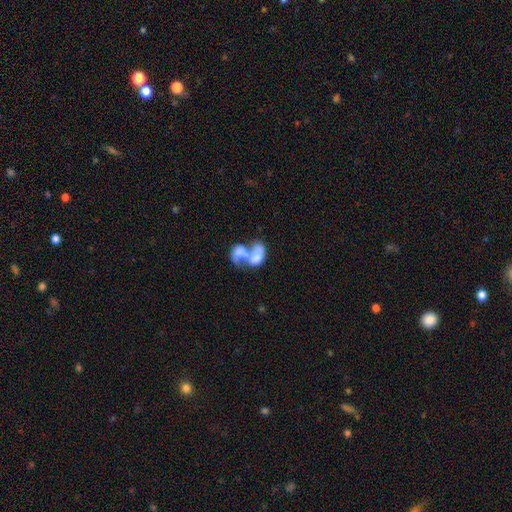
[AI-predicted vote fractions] Smooth or featured?
  - smooth: 50% *
  - featured or disk: 41%
  - star or artifact: 9%
Merging?
  - merger: 77% *
  - major disturbance: 11%
  - none: 8%
  - minor disturbance: 4%